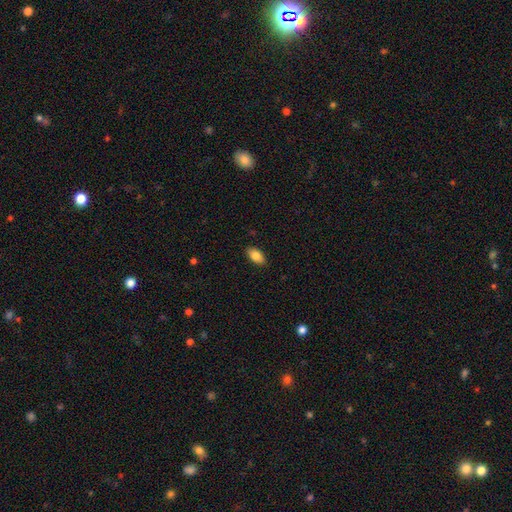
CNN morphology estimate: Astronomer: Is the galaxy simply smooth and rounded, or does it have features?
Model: smooth — 84%.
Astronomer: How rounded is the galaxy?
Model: in between — 93%.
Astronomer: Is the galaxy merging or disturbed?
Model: none — 89%.